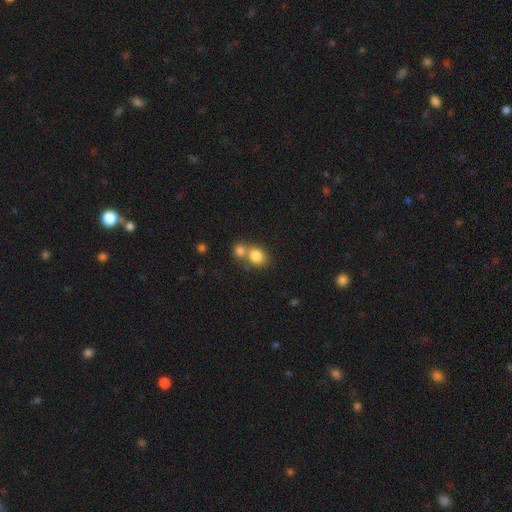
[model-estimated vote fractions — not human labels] Smooth or featured? Predicted: smooth (p=0.81). How rounded? Predicted: round (p=0.63). Merging? Predicted: merger (p=0.51).